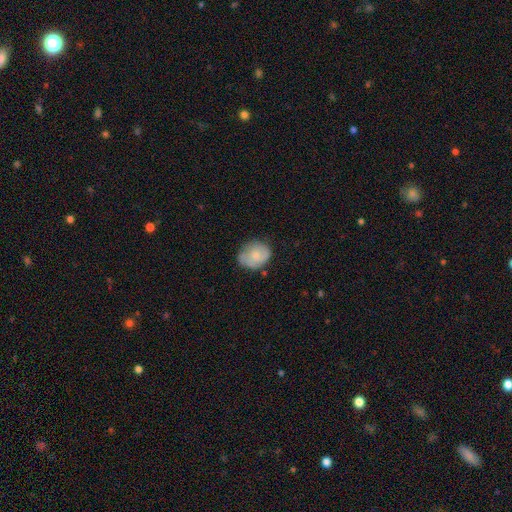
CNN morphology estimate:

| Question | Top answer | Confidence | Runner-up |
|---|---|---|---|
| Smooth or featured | smooth | 66% | featured or disk (27%) |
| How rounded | round | 55% | in between (45%) |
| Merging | none | 67% | minor disturbance (25%) |